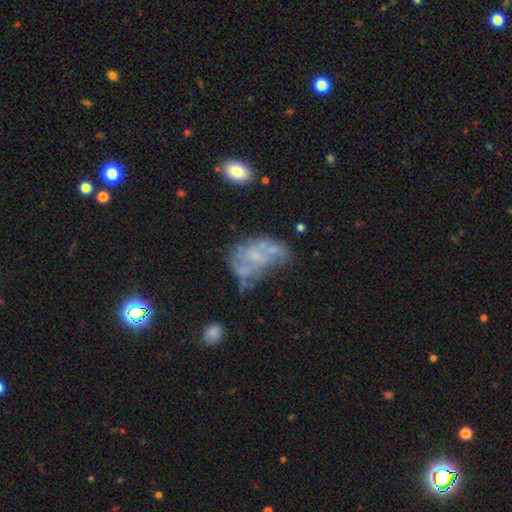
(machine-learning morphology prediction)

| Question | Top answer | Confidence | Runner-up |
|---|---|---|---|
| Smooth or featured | featured or disk | 61% | smooth (28%) |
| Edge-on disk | no | 98% | yes (2%) |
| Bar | no | 82% | weak (15%) |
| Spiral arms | no | 65% | yes (35%) |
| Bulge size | none | 51% | small (33%) |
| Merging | major disturbance | 30% | none (29%) |